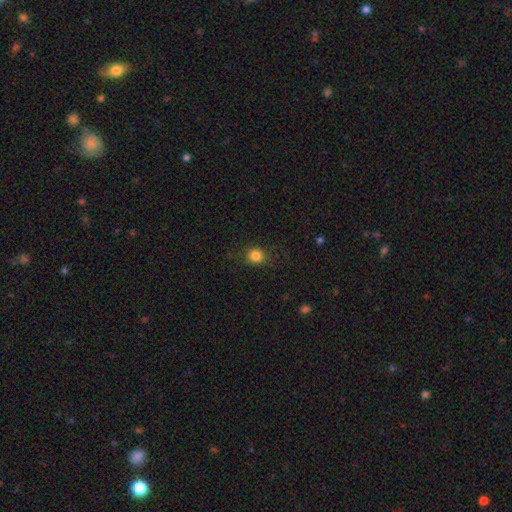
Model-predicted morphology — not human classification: A smooth galaxy with no disk features (83%) that is round (87%).

Vote fractions:
- Smooth or featured? smooth: 83% / star or artifact: 12% / featured or disk: 5%
- How rounded? round: 87% / in between: 12% / cigar-shaped: 1%
- Merging? none: 86% / minor disturbance: 9% / major disturbance: 3% / merger: 1%